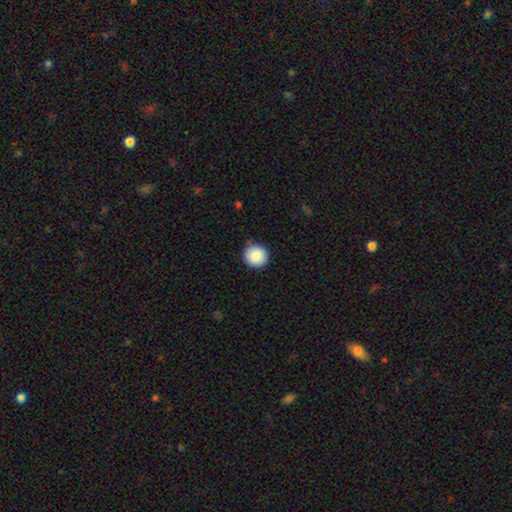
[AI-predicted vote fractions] smooth-or-featured: smooth: 89% | star or artifact: 8% | featured or disk: 4%
  how-rounded: round: 93% | in between: 6% | cigar-shaped: 1%
  merging: none: 87% | minor disturbance: 9% | major disturbance: 2% | merger: 1%